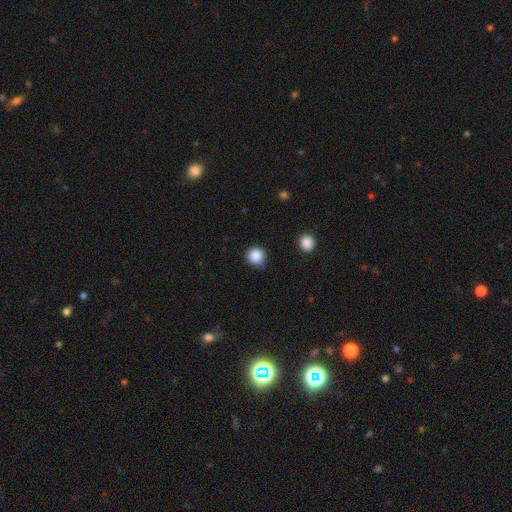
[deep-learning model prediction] Smooth or featured? smooth (86%)
How rounded? round (92%)
Merging? none (80%)